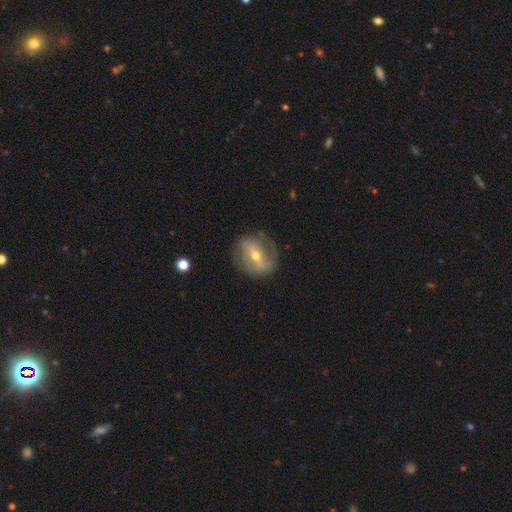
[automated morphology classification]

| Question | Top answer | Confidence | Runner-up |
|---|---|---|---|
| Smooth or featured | featured or disk | 74% | smooth (19%) |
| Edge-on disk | no | 95% | yes (5%) |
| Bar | weak | 40% | strong (38%) |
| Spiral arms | yes | 78% | no (22%) |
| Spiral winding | medium | 40% | tight (35%) |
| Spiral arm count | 2 | 68% | can't tell (15%) |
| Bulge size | moderate | 61% | small (35%) |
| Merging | none | 71% | minor disturbance (18%) |